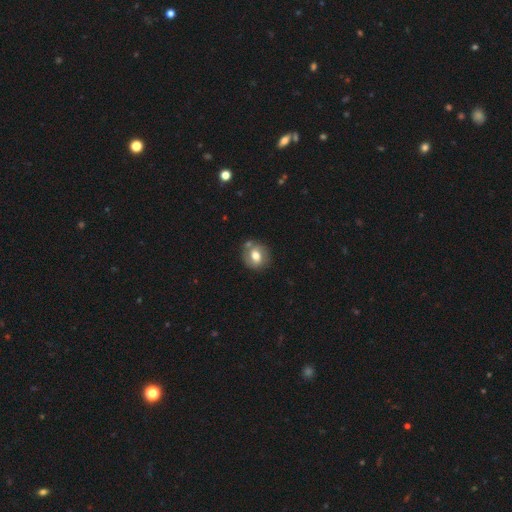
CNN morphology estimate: Smooth or featured: smooth — 66% (featured or disk — 25%)
How rounded: round — 75% (in between — 24%)
Merging: none — 71% (minor disturbance — 15%)